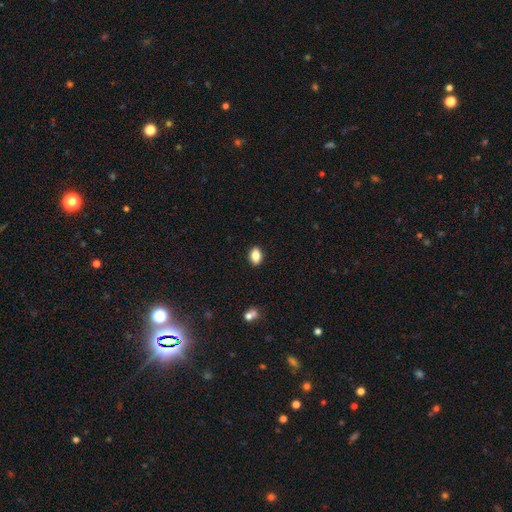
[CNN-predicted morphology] Q: Smooth or featured?
A: smooth (81%); runner-up: featured or disk (10%)
Q: How rounded?
A: in between (84%); runner-up: round (13%)
Q: Merging?
A: none (89%); runner-up: minor disturbance (8%)